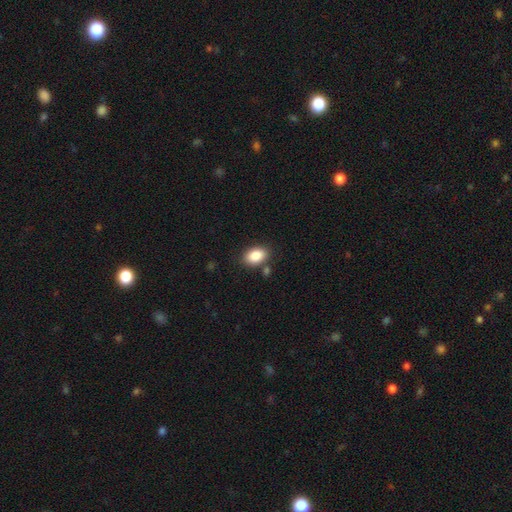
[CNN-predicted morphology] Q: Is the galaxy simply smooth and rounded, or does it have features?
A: smooth — 87%.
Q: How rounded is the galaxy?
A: in between — 86%.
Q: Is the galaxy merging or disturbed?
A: none — 79%.